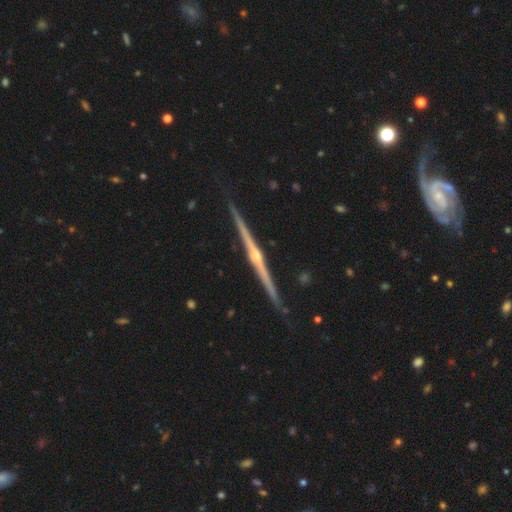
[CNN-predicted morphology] Smooth or featured: featured or disk — 90% (smooth — 6%)
Edge-on disk: yes — 99% (no — 1%)
Edge-on bulge: rounded — 87% (none — 9%)
Merging: none — 90% (minor disturbance — 7%)